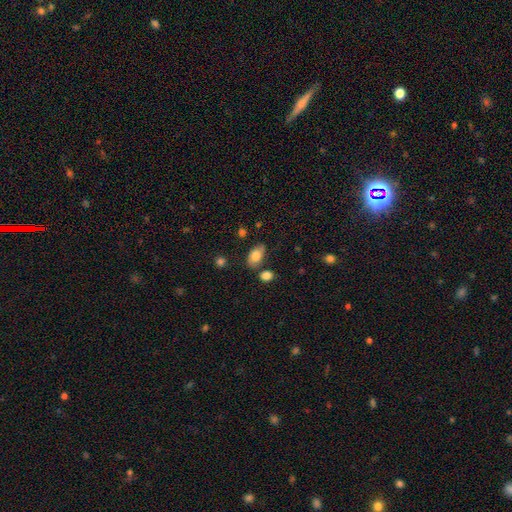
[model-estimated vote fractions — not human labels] Smooth or featured? Predicted: smooth (p=0.80). How rounded? Predicted: in between (p=0.91). Merging? Predicted: none (p=0.70).